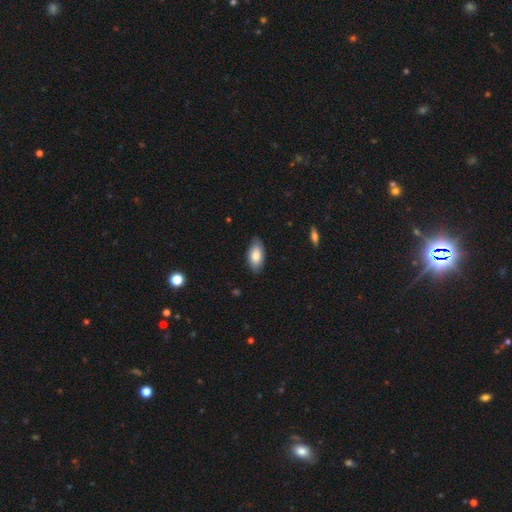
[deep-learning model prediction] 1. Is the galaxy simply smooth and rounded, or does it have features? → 82% smooth, 12% featured or disk, 6% star or artifact.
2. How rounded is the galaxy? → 93% in between, 5% cigar-shaped, 3% round.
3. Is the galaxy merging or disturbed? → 84% none, 13% minor disturbance, 2% major disturbance, 1% merger.